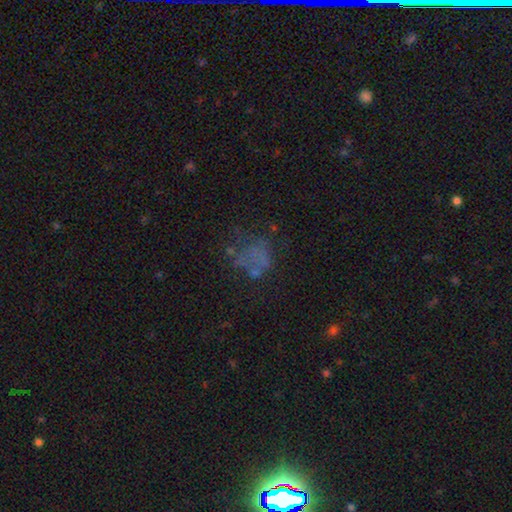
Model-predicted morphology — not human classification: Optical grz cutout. It shows a smooth galaxy with no disk features (39%). Merging: none (45%).